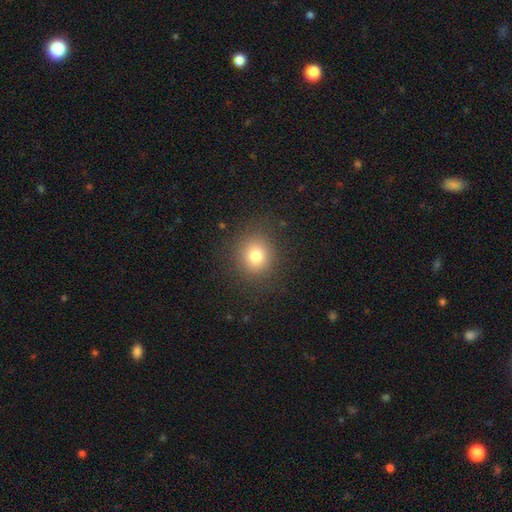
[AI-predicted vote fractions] smooth 78%, star or artifact 13%, featured or disk 9%. Down the decision tree: how rounded — round (84%); merging — none (87%).